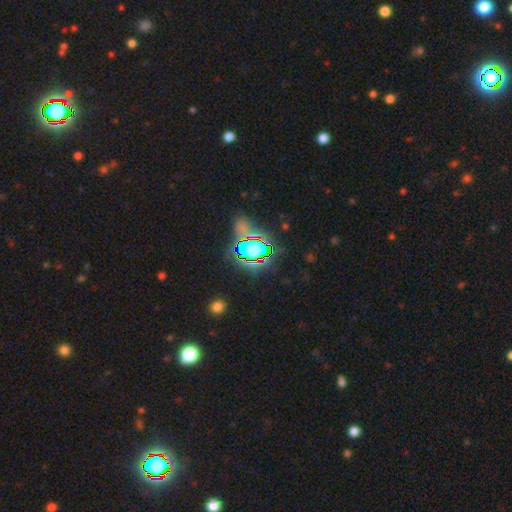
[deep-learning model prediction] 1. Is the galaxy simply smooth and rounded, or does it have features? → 76% star or artifact, 15% smooth, 10% featured or disk.